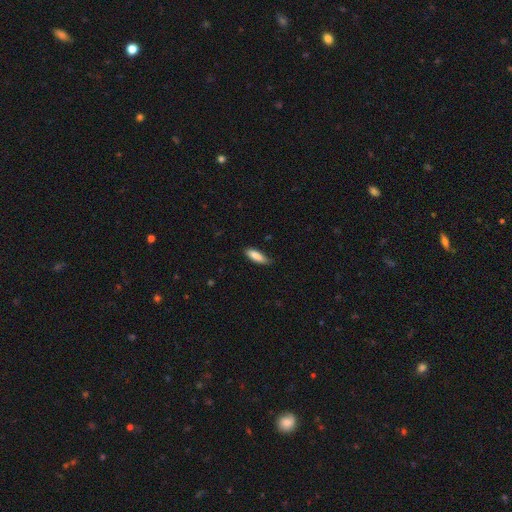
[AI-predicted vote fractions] smooth-or-featured: smooth: 85% | featured or disk: 8% | star or artifact: 6%
  how-rounded: in between: 55% | cigar-shaped: 43% | round: 2%
  merging: none: 72% | minor disturbance: 23% | major disturbance: 3% | merger: 1%